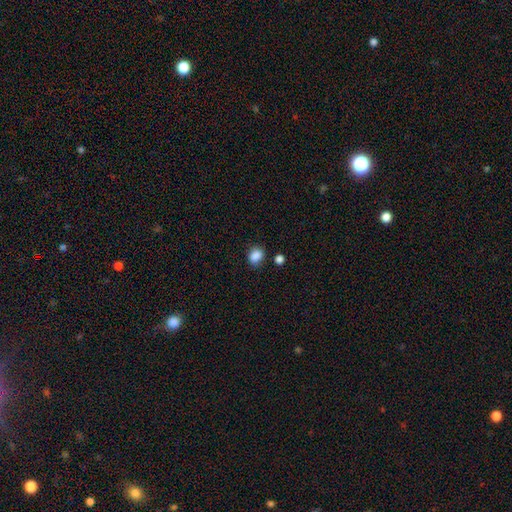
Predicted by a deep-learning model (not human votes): Morphology: type=smooth (86%); roundness=in between (50%); merging=none (77%).